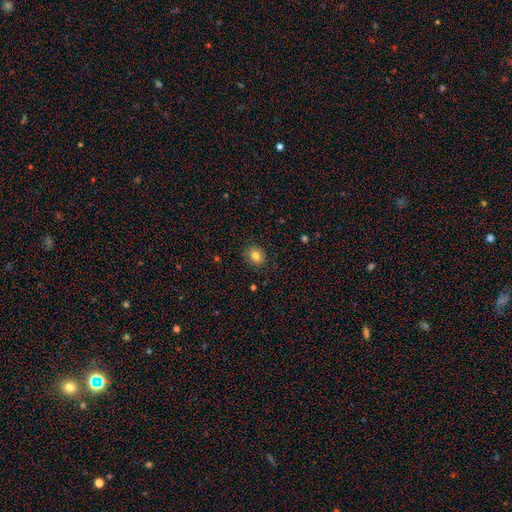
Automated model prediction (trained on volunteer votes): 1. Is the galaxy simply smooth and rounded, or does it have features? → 83% smooth, 10% star or artifact, 7% featured or disk.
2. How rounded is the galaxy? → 55% round, 44% in between, 1% cigar-shaped.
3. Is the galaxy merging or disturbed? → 86% none, 10% minor disturbance, 3% major disturbance, 1% merger.